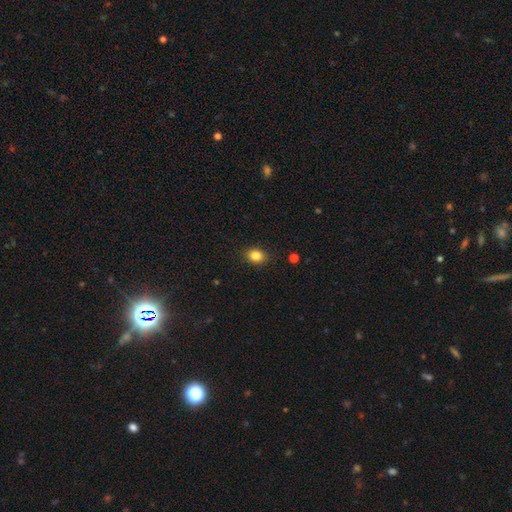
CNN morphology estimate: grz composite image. It shows a smooth galaxy with no disk features (84%) that is in between round and cigar-shaped (55%). Merging: none (88%).